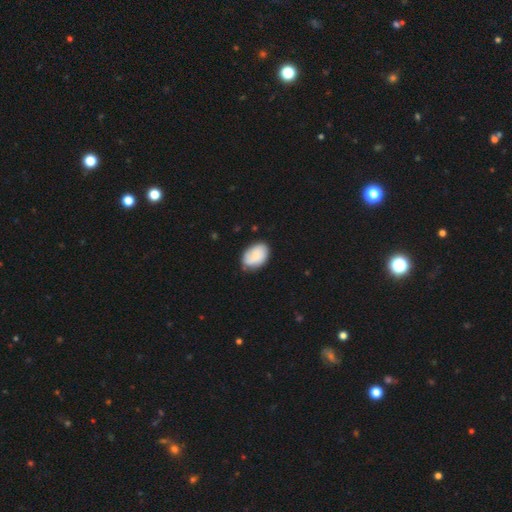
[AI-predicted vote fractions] The model was most divided on "merging": none: 70%, minor disturbance: 23%, major disturbance: 5%, merger: 2%. More confident: how rounded — in between (85%); smooth or featured — smooth (70%).